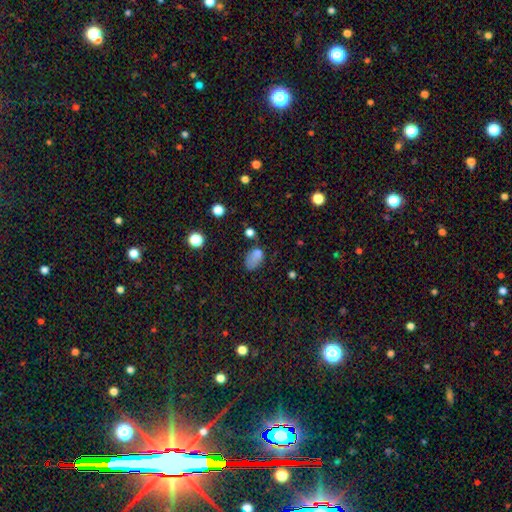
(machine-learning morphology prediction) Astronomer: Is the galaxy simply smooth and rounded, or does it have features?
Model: smooth — 77%.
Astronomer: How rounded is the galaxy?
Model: in between — 87%.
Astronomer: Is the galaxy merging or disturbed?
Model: none — 48% (runner-up: minor disturbance, 30%).